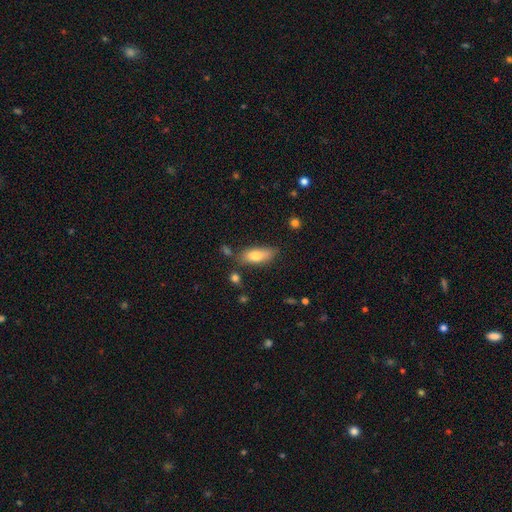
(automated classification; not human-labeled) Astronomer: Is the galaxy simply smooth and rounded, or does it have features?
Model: smooth — 74%.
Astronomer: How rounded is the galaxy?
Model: in between — 73%.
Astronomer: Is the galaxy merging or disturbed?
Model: none — 71%.